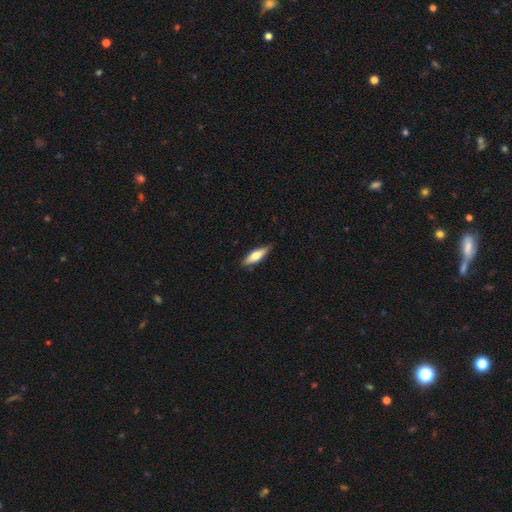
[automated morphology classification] type=smooth (63%); roundness=cigar-shaped (53%); merging=none (83%).